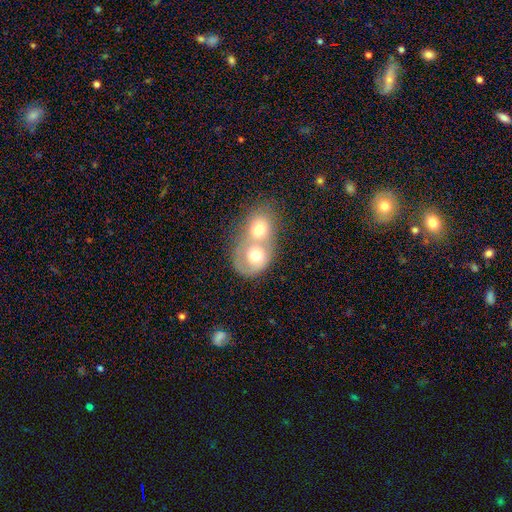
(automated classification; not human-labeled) This appears to be a smooth galaxy with no disk features (59%) that is round (66%). Merging: merger (75%).